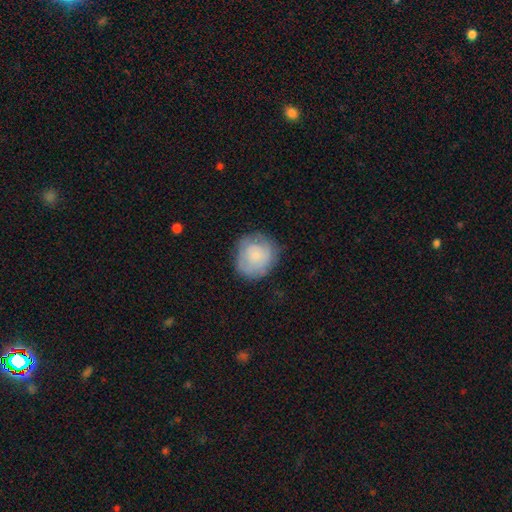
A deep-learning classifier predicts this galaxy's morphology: A smooth galaxy with no disk features (59%) that is round (81%). Merging: none (68%).